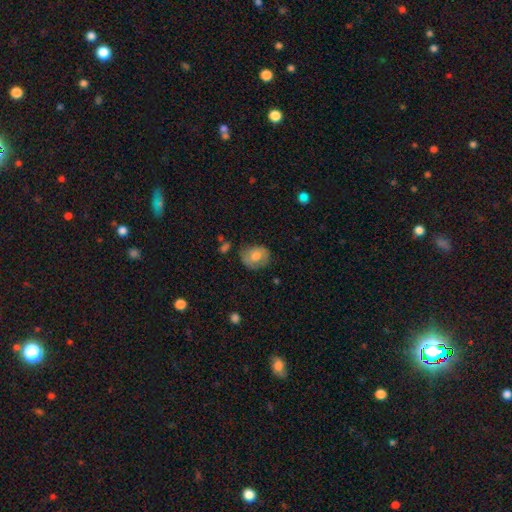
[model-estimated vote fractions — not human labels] A smooth galaxy with no disk features (66%) that is round (60%). Merging: none (69%).